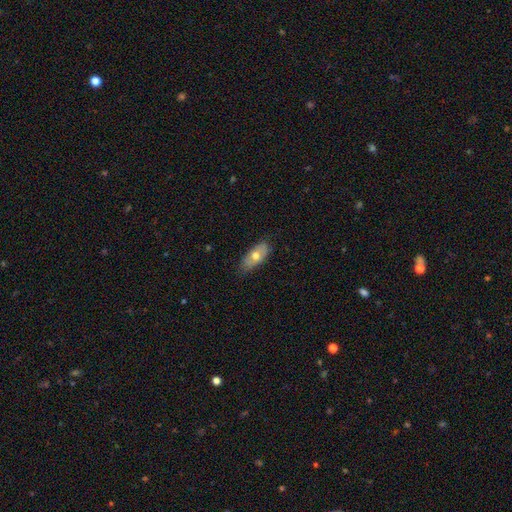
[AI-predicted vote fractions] Morphology: type=smooth (64%); roundness=in between (85%); merging=none (74%).